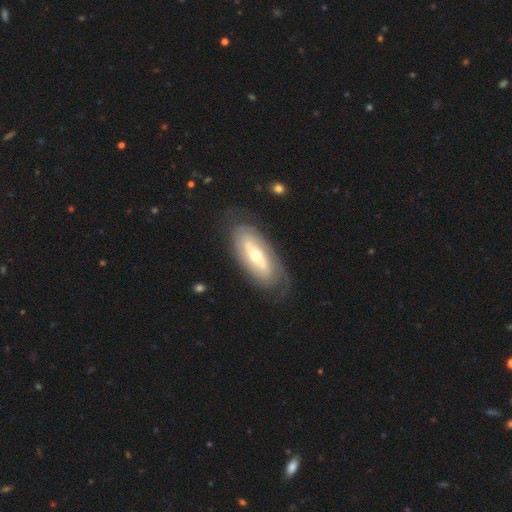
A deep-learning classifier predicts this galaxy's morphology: The model was most divided on "bar": no: 48%, weak: 29%, strong: 22%. More confident: edge-on disk — no (87%); merging — none (75%); smooth or featured — featured or disk (72%); spiral arms — yes (72%); bulge size — moderate (61%).